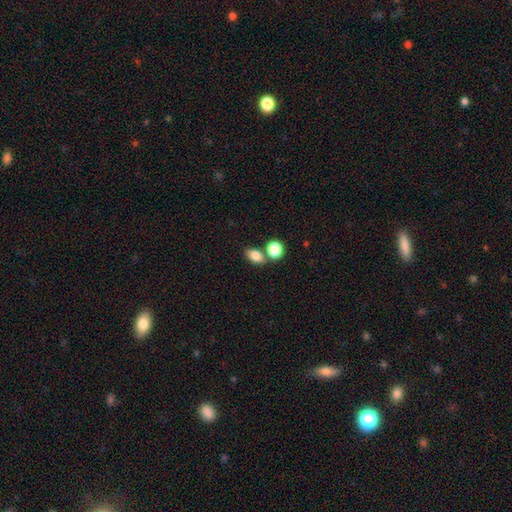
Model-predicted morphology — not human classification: Overall: smooth (82%). How rounded: in between (77%). Merging: none (60%; merger 26%).